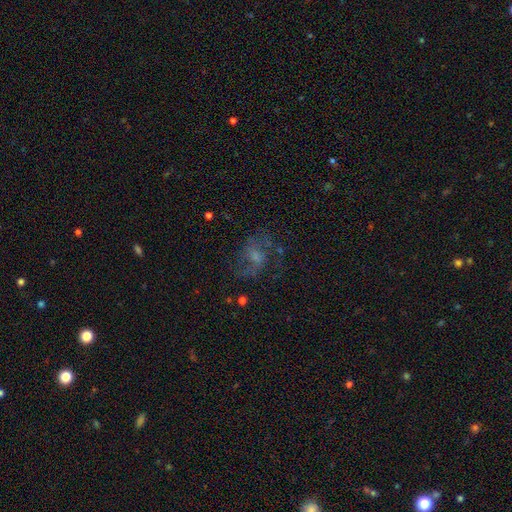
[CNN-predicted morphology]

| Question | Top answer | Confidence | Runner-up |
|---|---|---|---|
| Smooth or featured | featured or disk | 50% | smooth (35%) |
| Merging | none | 48% | major disturbance (29%) |